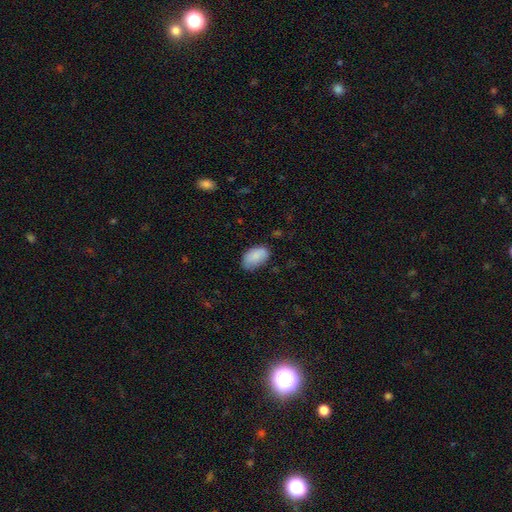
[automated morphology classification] smooth_or_featured: smooth (p=0.85) [alt: featured or disk p=0.08]
how_rounded: in between (p=0.92) [alt: round p=0.06]
merging: none (p=0.66) [alt: minor disturbance p=0.27]